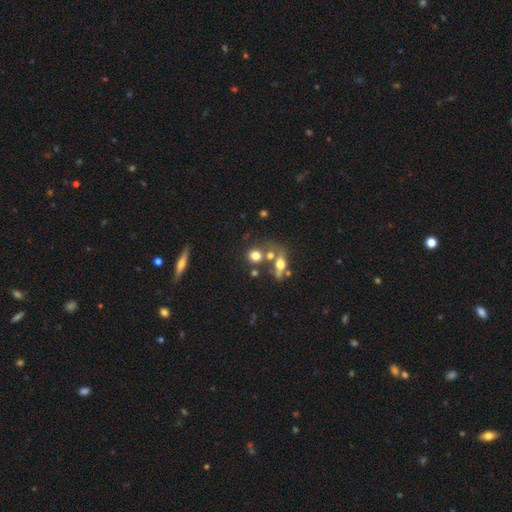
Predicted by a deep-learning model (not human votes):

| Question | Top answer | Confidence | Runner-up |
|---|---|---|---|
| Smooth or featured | smooth | 71% | featured or disk (15%) |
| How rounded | round | 72% | in between (25%) |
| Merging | none | 45% | merger (37%) |